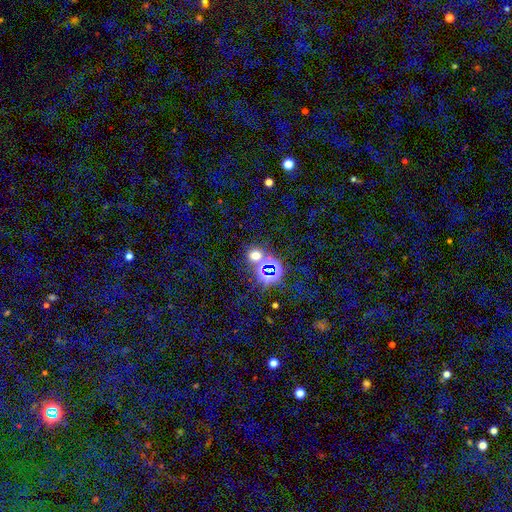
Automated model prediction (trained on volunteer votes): This is possibly a smooth galaxy (48%). Merging: likely none (69%).